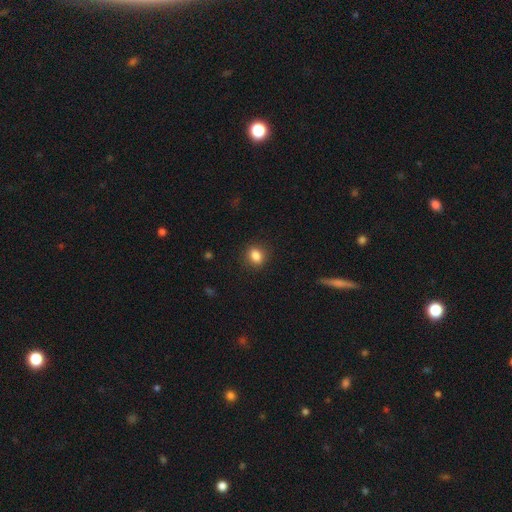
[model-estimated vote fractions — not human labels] Smooth or featured? Predicted: smooth (p=0.84). How rounded? Predicted: round (p=0.52). Merging? Predicted: none (p=0.88).